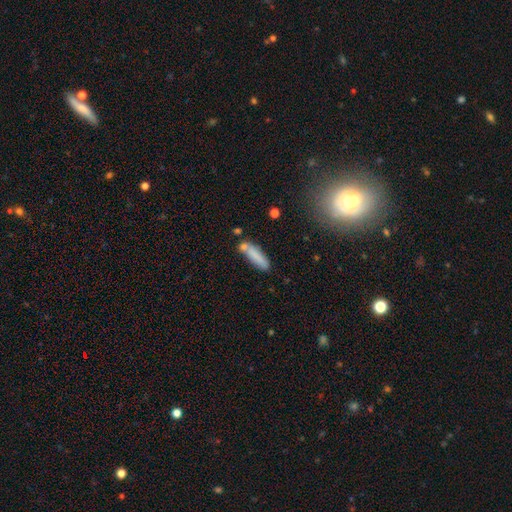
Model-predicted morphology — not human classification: This is clearly a smooth galaxy (80%). How rounded: likely cigar-shaped (69%). Merging: likely none (62%).